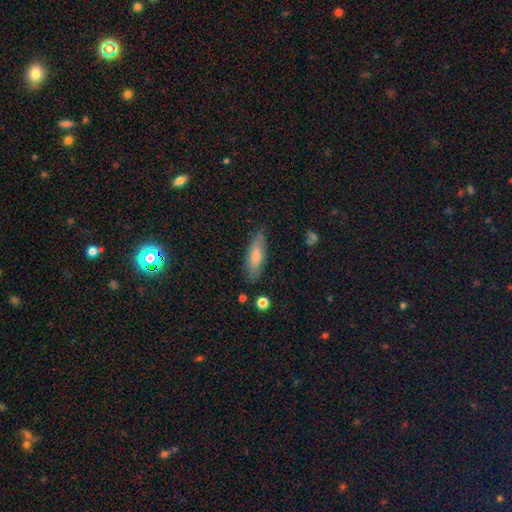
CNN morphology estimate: Overall: smooth (63%; featured or disk 29%). How rounded: cigar-shaped (51%; in between 47%). Merging: none (82%).